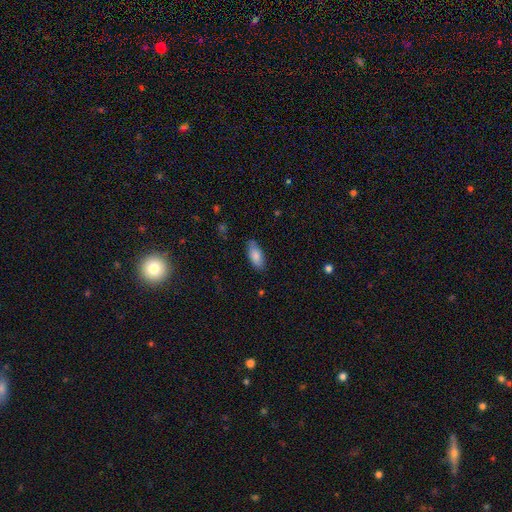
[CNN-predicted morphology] Overall: smooth (84%). How rounded: in between (85%). Merging: none (82%).